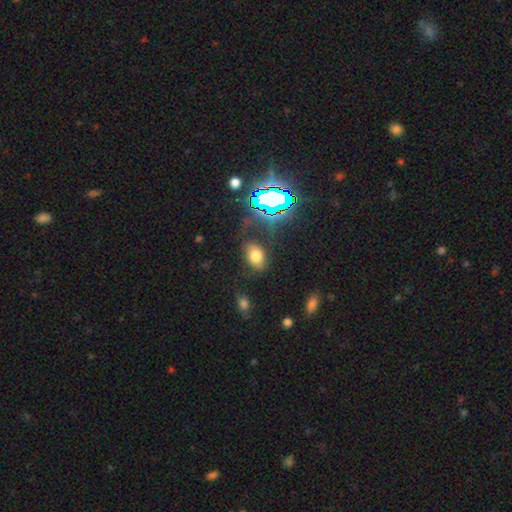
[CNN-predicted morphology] Smooth or featured? Predicted: smooth (p=0.67). How rounded? Predicted: in between (p=0.86). Merging? Predicted: none (p=0.75).